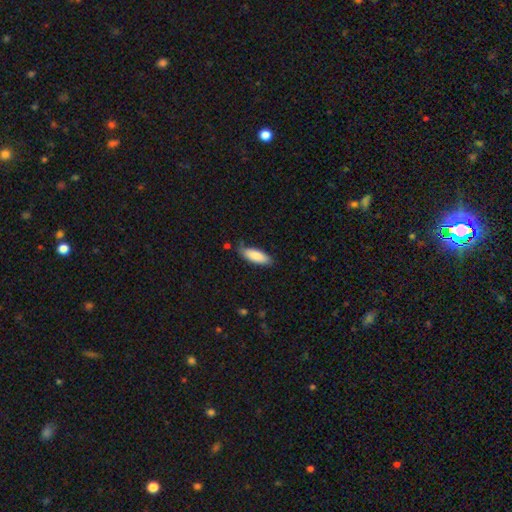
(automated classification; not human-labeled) Smooth or featured? smooth (85%)
How rounded? in between (67%)
Merging? none (79%)